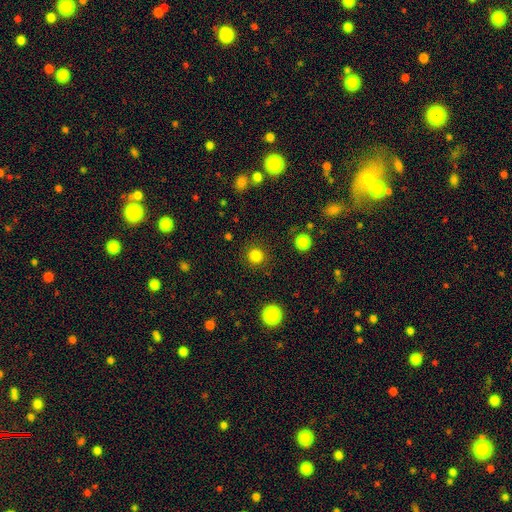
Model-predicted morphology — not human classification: Smooth or featured: smooth — 83% (star or artifact — 13%)
How rounded: round — 95% (in between — 4%)
Merging: none — 91% (minor disturbance — 5%)